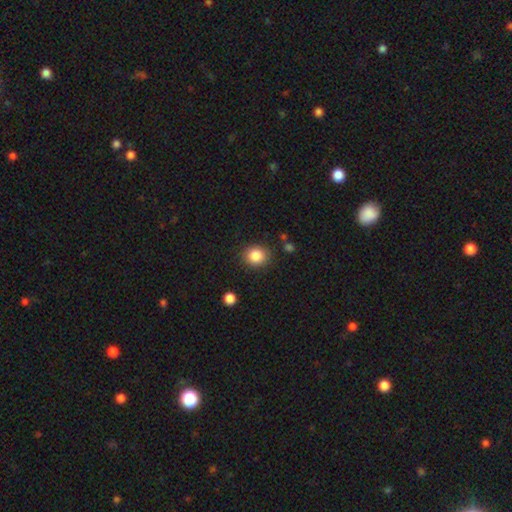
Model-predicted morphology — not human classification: This is clearly a smooth galaxy (86%). How rounded: likely round (77%). Merging: clearly none (85%).